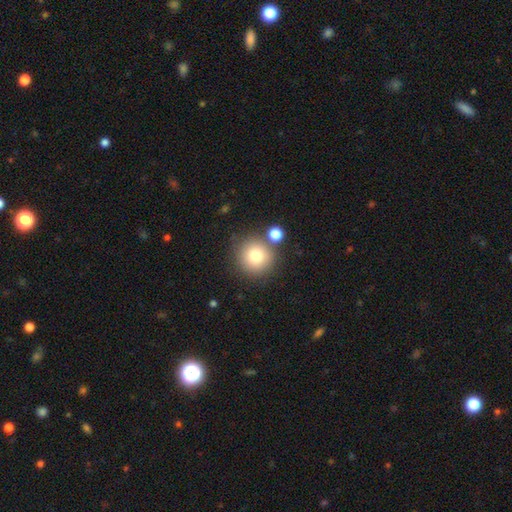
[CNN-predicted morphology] Smooth or featured? Predicted: smooth (p=0.78). How rounded? Predicted: round (p=0.94). Merging? Predicted: none (p=0.75).